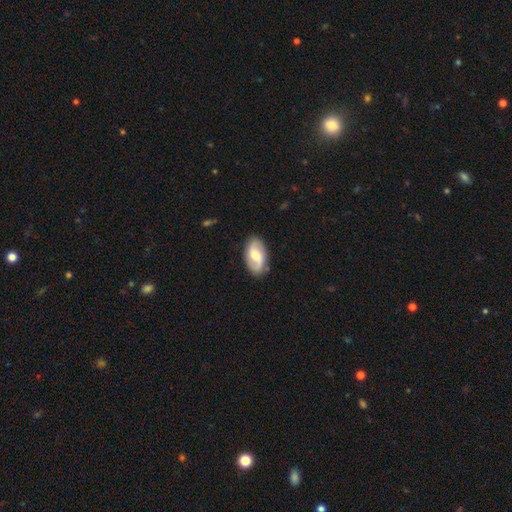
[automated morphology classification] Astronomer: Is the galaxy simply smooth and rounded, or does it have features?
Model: featured or disk — 70%.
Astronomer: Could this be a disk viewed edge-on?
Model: no — 96%.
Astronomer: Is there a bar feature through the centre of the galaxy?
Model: weak — 48% (runner-up: no, 35%).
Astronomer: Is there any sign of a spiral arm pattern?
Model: yes — 91%.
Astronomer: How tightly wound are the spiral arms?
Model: loose — 49% (runner-up: medium, 36%).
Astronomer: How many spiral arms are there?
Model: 2 — 90%.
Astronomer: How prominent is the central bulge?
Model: moderate — 60%.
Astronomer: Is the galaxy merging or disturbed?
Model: none — 84%.